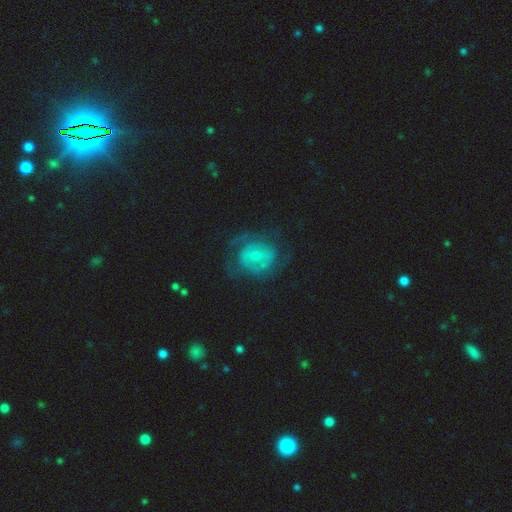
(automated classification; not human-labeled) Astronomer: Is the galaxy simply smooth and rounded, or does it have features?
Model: featured or disk — 72%.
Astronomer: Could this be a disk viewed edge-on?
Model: no — 97%.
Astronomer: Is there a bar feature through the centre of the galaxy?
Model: no — 60%.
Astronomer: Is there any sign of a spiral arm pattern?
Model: yes — 77%.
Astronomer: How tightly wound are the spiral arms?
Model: tight — 49% (runner-up: medium, 36%).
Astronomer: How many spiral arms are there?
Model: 2 — 41% (runner-up: can't tell, 36%).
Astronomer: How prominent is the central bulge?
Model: small — 59% (runner-up: moderate, 35%).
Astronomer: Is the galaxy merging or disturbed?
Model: none — 61%.